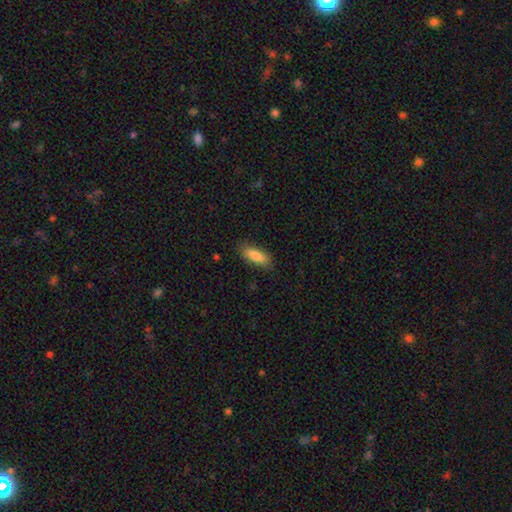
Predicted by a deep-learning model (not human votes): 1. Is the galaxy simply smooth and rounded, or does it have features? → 82% smooth, 11% featured or disk, 6% star or artifact.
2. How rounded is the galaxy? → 64% in between, 34% cigar-shaped, 2% round.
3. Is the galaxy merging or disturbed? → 84% none, 13% minor disturbance, 3% major disturbance, 1% merger.